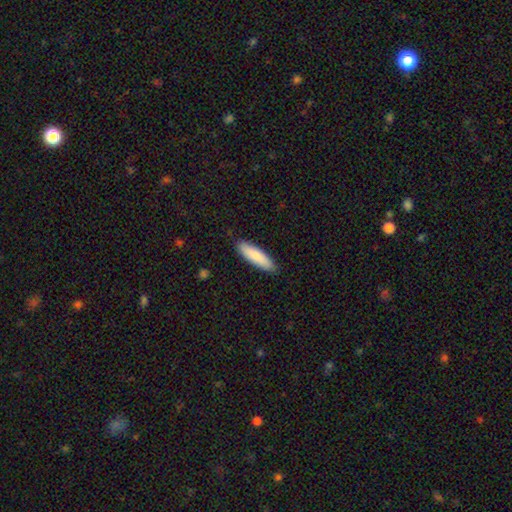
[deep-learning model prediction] A smooth galaxy with no disk features (86%) that is cigar-shaped (65%).

Vote fractions:
- Smooth or featured? smooth: 86% / featured or disk: 8% / star or artifact: 5%
- How rounded? cigar-shaped: 65% / in between: 33% / round: 1%
- Merging? none: 89% / minor disturbance: 9% / major disturbance: 2% / merger: 1%